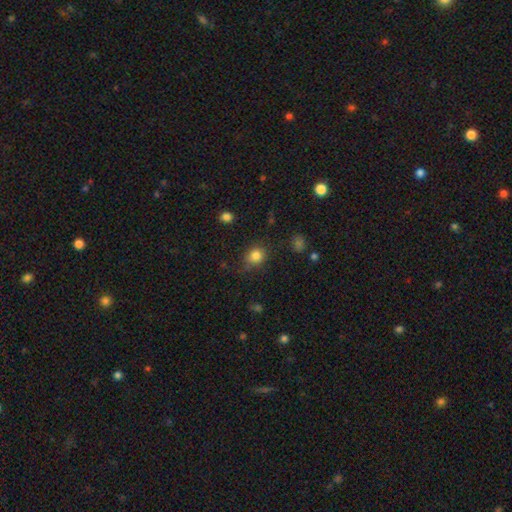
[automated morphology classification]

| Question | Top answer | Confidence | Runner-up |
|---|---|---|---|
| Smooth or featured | smooth | 82% | star or artifact (12%) |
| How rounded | round | 72% | in between (27%) |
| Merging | none | 74% | minor disturbance (18%) |